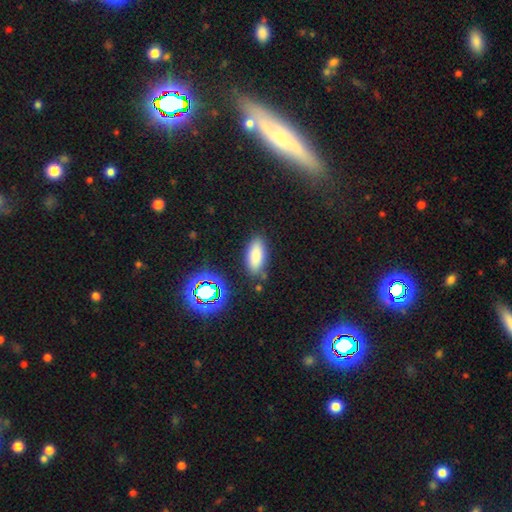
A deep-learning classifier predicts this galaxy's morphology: smooth-or-featured: smooth: 80% | star or artifact: 12% | featured or disk: 8%
  how-rounded: in between: 85% | cigar-shaped: 12% | round: 3%
  merging: none: 81% | minor disturbance: 13% | major disturbance: 3% | merger: 3%